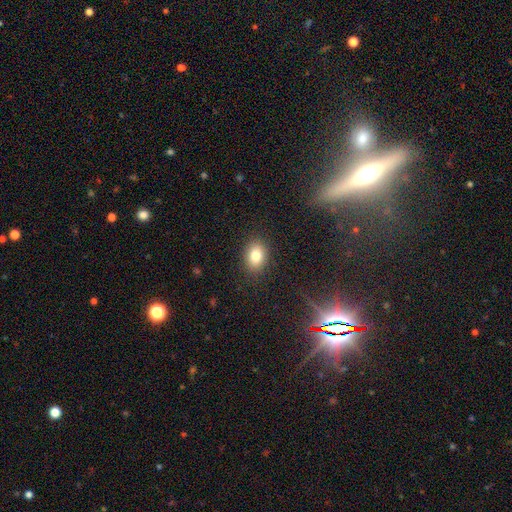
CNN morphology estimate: smooth-or-featured: smooth: 82% | star or artifact: 10% | featured or disk: 8%
  how-rounded: in between: 74% | round: 25% | cigar-shaped: 1%
  merging: none: 88% | minor disturbance: 9% | major disturbance: 3% | merger: 1%